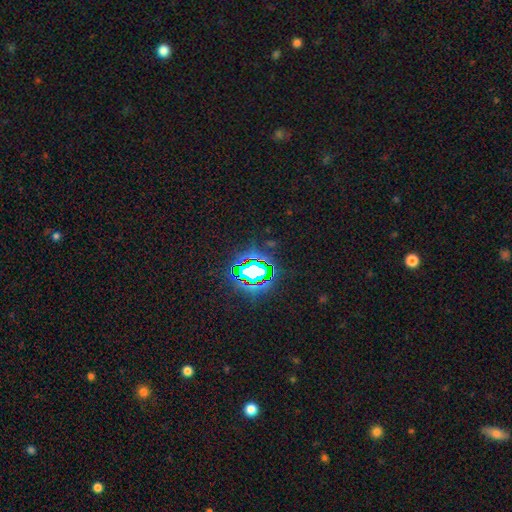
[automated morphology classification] This appears to be a star or artifact, not a galaxy (82%).